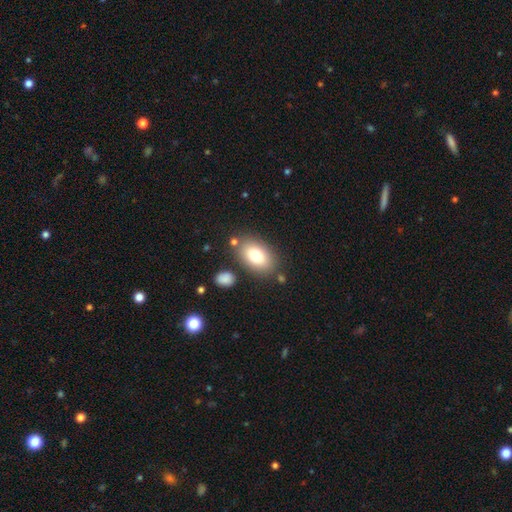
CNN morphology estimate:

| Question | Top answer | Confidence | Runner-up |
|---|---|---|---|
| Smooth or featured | smooth | 78% | featured or disk (13%) |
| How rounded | in between | 90% | round (8%) |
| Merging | none | 79% | minor disturbance (11%) |